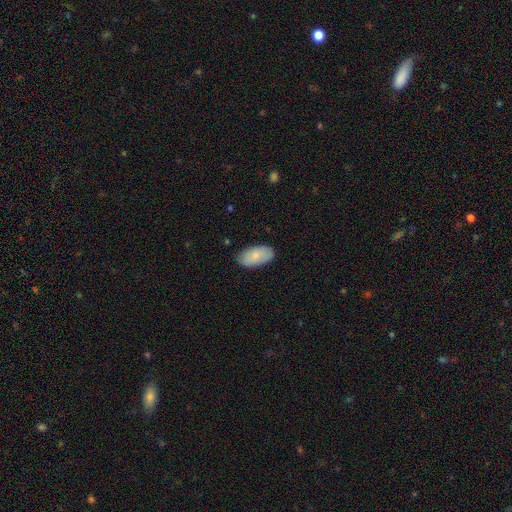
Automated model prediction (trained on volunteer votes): A smooth galaxy with no disk features (80%) that is in between round and cigar-shaped (95%).

Vote fractions:
- Smooth or featured? smooth: 80% / featured or disk: 14% / star or artifact: 6%
- How rounded? in between: 95% / round: 3% / cigar-shaped: 3%
- Merging? none: 81% / minor disturbance: 16% / major disturbance: 3% / merger: 1%